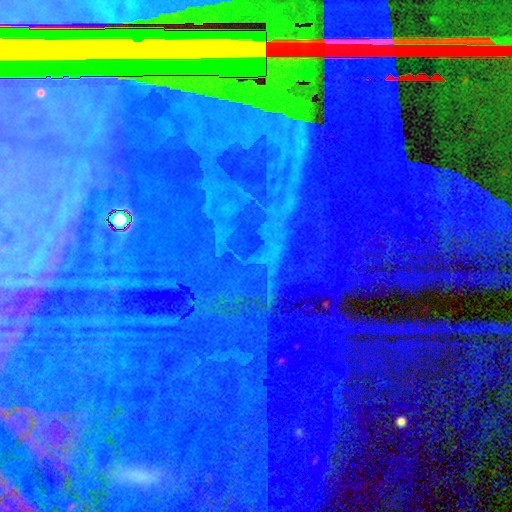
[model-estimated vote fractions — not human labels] smooth-or-featured: star or artifact: 88% | featured or disk: 7% | smooth: 5%